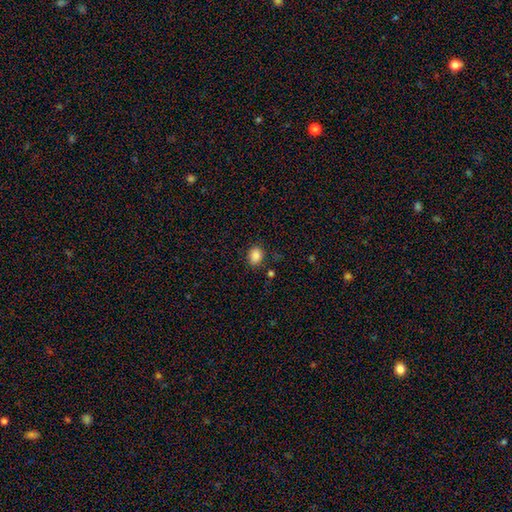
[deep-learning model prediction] Smooth or featured? Predicted: smooth (p=0.87). How rounded? Predicted: in between (p=0.50). Merging? Predicted: none (p=0.81).